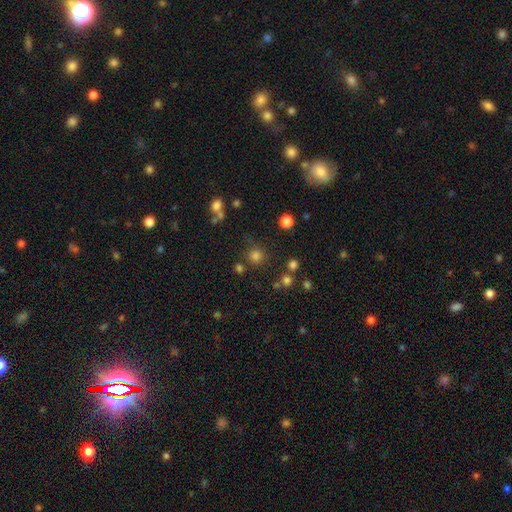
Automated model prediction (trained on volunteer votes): Morphology: type=smooth (76%); roundness=round (93%); merging=none (80%).